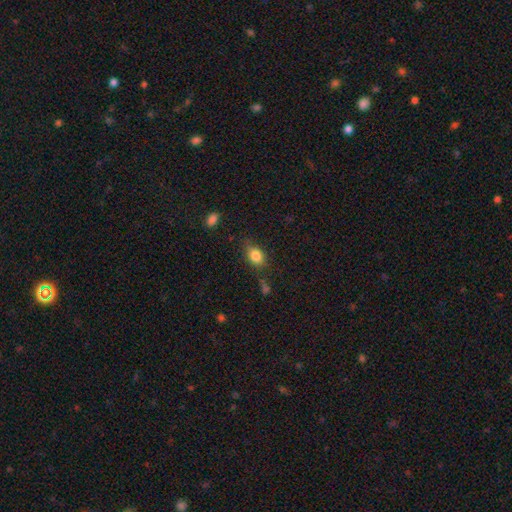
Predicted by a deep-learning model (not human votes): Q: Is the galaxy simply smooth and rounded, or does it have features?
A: smooth — 83%.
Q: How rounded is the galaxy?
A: in between — 78%.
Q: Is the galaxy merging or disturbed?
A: none — 73%.